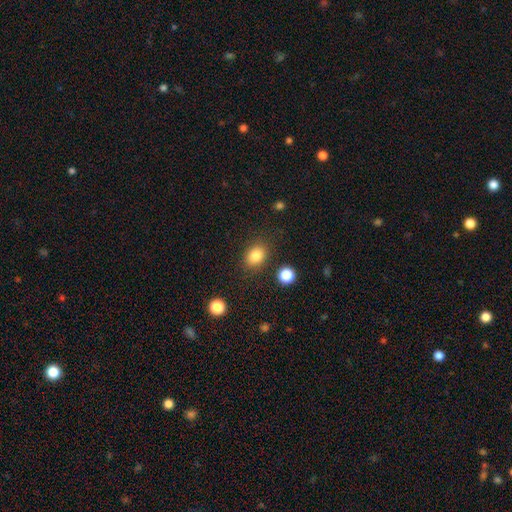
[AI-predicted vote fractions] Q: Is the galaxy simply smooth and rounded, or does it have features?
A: smooth — 84%.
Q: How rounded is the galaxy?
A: in between — 65%.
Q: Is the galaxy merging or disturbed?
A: none — 83%.